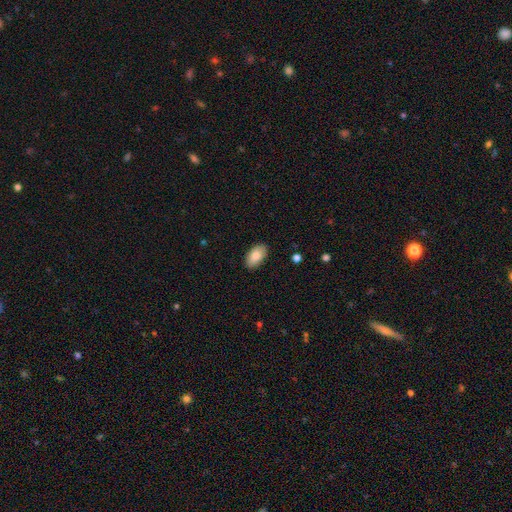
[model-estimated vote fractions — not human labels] A smooth galaxy with no disk features (85%) that is in between round and cigar-shaped (94%).

Vote fractions:
- Smooth or featured? smooth: 85% / featured or disk: 8% / star or artifact: 6%
- How rounded? in between: 94% / round: 4% / cigar-shaped: 2%
- Merging? none: 86% / minor disturbance: 11% / major disturbance: 2% / merger: 1%